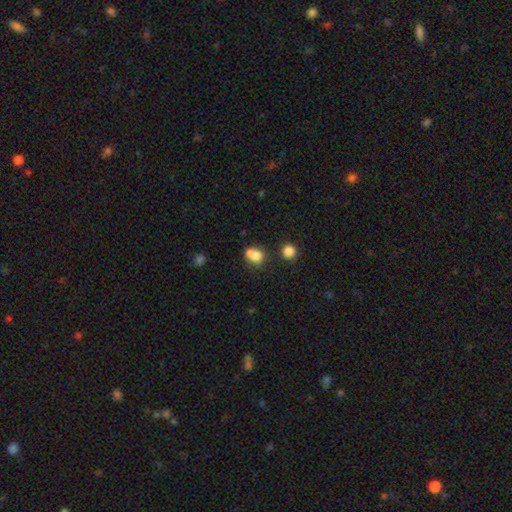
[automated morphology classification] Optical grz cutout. It shows a smooth galaxy with no disk features (75%) that is round (67%). Merging: merger (51%).